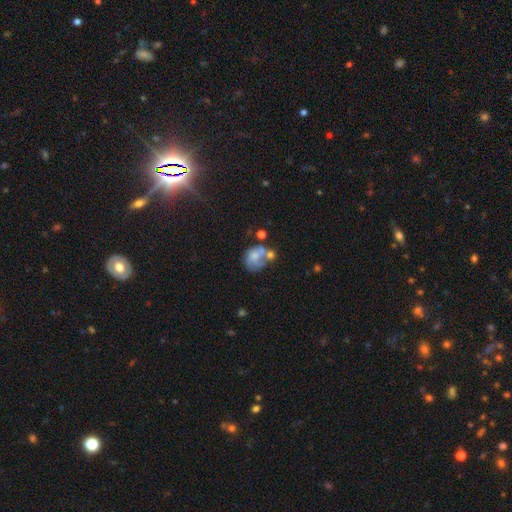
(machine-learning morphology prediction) A smooth galaxy with no disk features (47%).

Vote fractions:
- Smooth or featured? smooth: 47% / featured or disk: 42% / star or artifact: 11%
- Merging? merger: 29% / none: 26% / major disturbance: 25% / minor disturbance: 20%